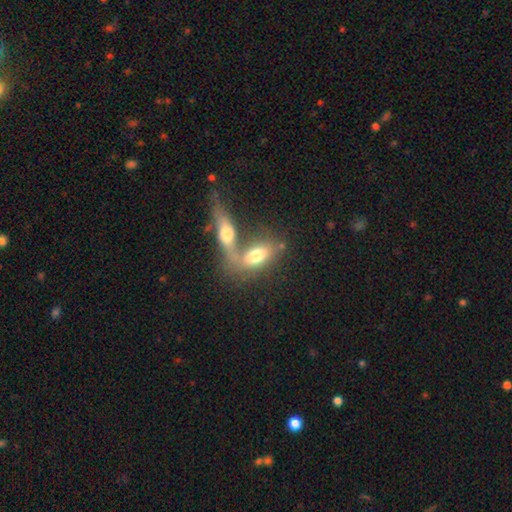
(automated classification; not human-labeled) Smooth or featured: smooth — 63% (featured or disk — 30%)
How rounded: in between — 81% (cigar-shaped — 12%)
Merging: merger — 58% (none — 27%)